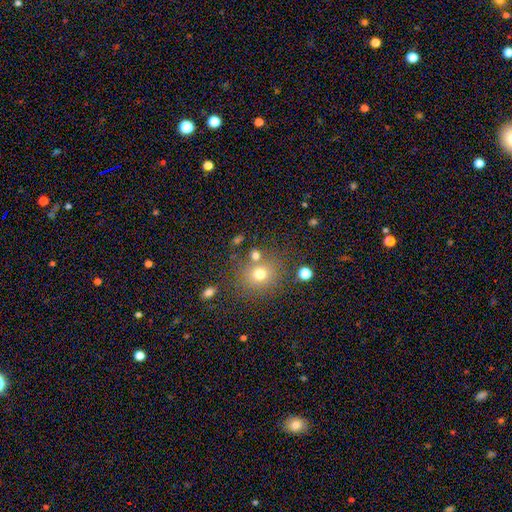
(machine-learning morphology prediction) Overall: smooth (71%). How rounded: round (76%). Merging: none (70%).